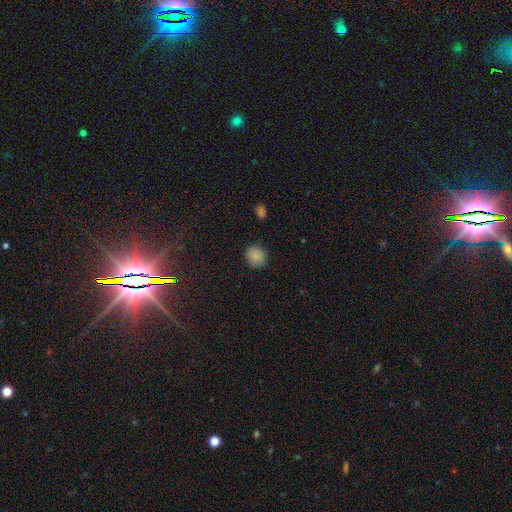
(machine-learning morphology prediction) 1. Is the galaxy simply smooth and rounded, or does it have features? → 86% smooth, 10% star or artifact, 4% featured or disk.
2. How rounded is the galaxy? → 85% round, 14% in between, 1% cigar-shaped.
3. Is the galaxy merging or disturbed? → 87% none, 9% minor disturbance, 2% major disturbance, 1% merger.